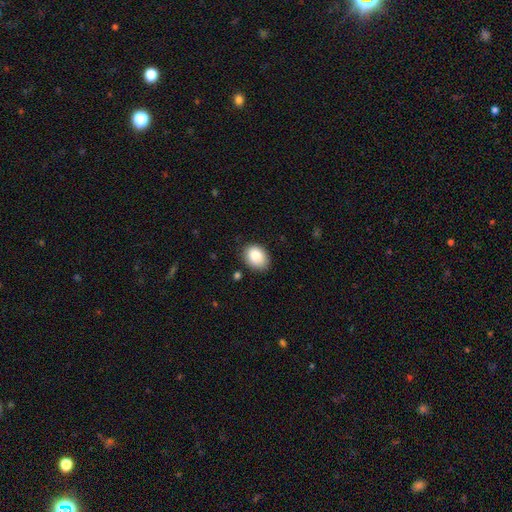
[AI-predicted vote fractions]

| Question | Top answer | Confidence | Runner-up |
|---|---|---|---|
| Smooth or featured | smooth | 87% | star or artifact (8%) |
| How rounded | in between | 63% | round (36%) |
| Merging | none | 81% | minor disturbance (15%) |